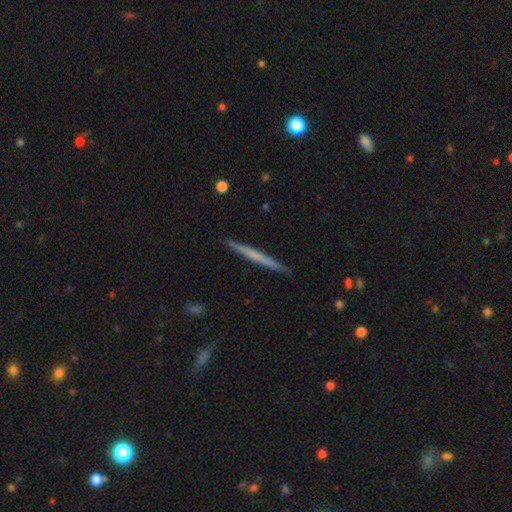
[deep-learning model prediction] A featured or disk galaxy (49%).

Vote fractions:
- Smooth or featured? featured or disk: 49% / smooth: 46% / star or artifact: 5%
- Merging? none: 91% / minor disturbance: 6% / major disturbance: 1% / merger: 1%